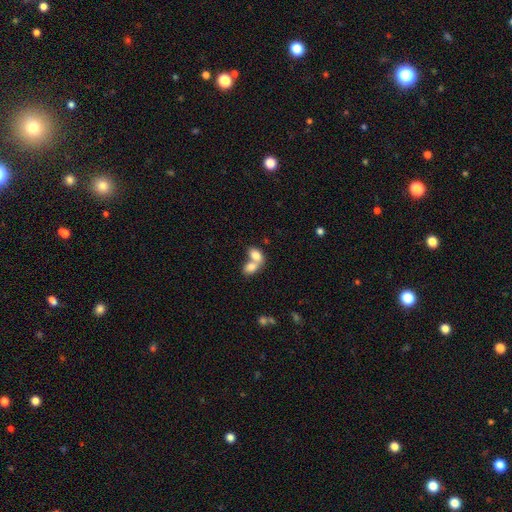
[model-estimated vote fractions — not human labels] A smooth galaxy with no disk features (77%) that is in between round and cigar-shaped (80%). Merging: merger (73%).